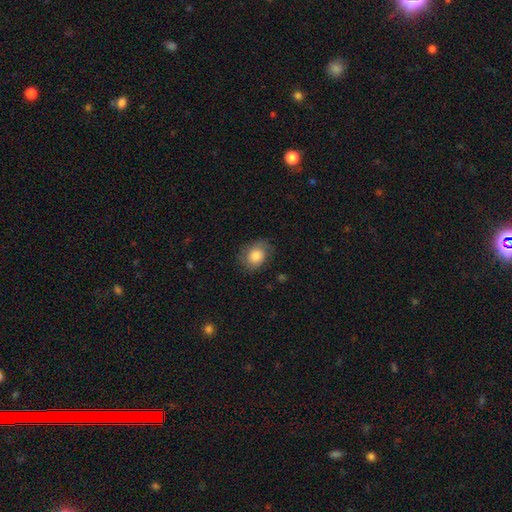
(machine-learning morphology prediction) smooth 80%, featured or disk 12%, star or artifact 8%. Down the decision tree: how rounded — round (54%); merging — none (72%).